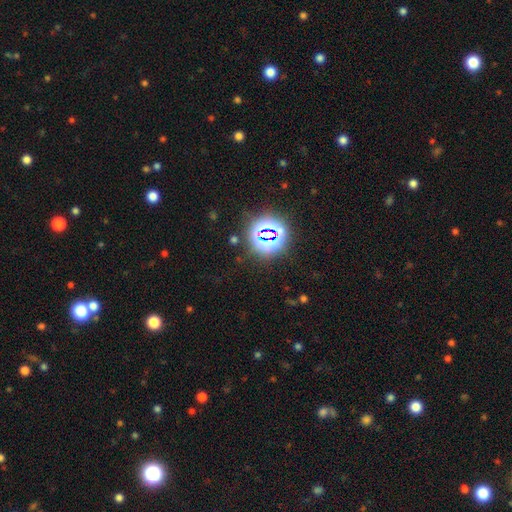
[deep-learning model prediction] A star or artifact, not a galaxy (81%).

Vote fractions:
- Smooth or featured? star or artifact: 81% / smooth: 12% / featured or disk: 7%